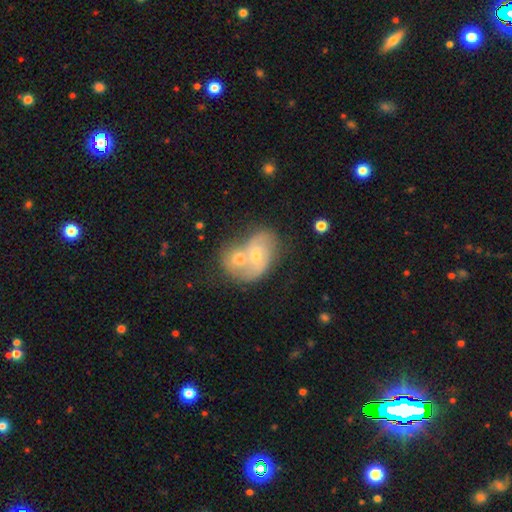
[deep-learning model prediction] Smooth or featured? featured or disk (56%)
Edge-on disk? no (96%)
Bar? no (62%)
Spiral arms? yes (62%)
Bulge size? small (49%)
Merging? merger (73%)